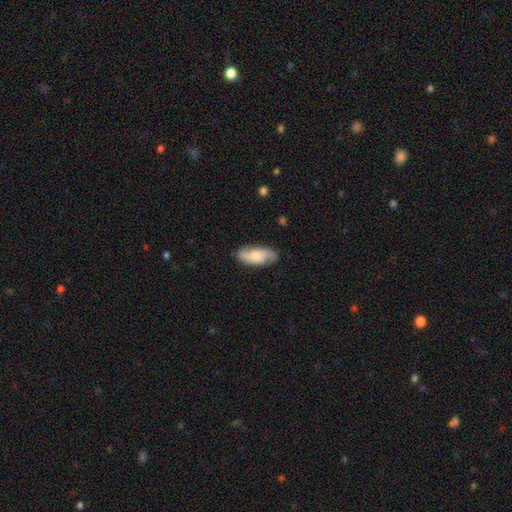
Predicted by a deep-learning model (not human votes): Smooth or featured: smooth — 49% (featured or disk — 45%)
Merging: none — 79% (minor disturbance — 16%)